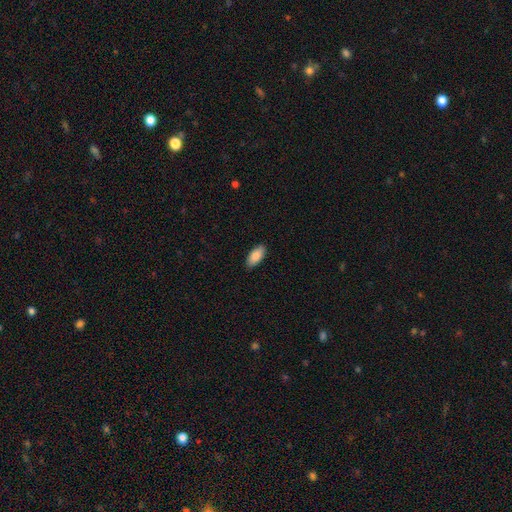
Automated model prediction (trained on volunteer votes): Smooth or featured: smooth — 88% (featured or disk — 6%)
How rounded: in between — 89% (cigar-shaped — 10%)
Merging: none — 89% (minor disturbance — 8%)